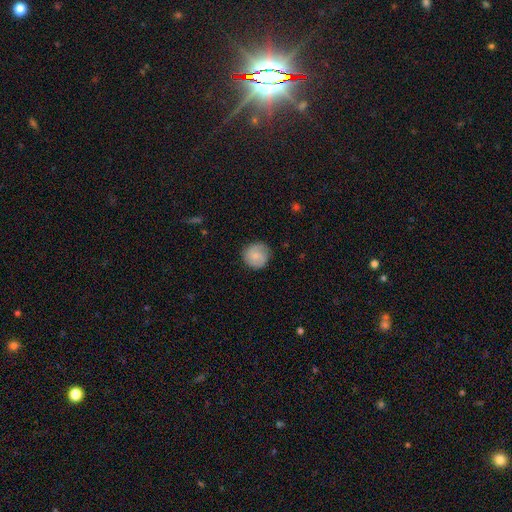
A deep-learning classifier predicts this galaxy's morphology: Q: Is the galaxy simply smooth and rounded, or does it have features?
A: smooth — 74%.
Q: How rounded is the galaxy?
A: round — 93%.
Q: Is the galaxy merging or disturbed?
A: none — 81%.